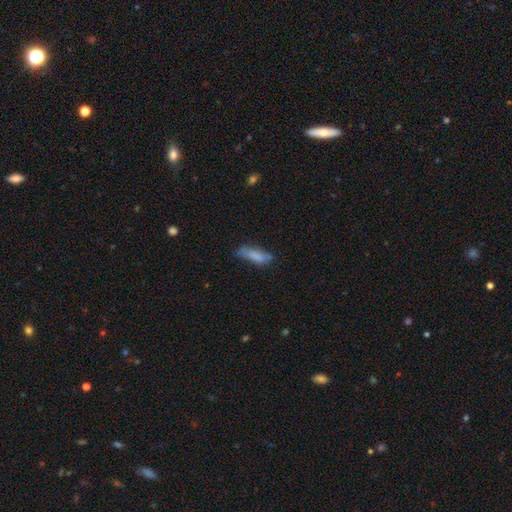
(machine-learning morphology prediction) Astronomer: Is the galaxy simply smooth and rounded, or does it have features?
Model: smooth — 77%.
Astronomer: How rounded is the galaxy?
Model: cigar-shaped — 57% (runner-up: in between, 41%).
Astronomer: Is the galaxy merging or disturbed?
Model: none — 59%.